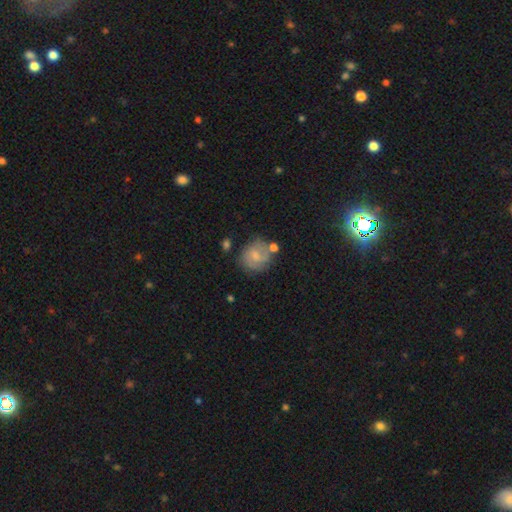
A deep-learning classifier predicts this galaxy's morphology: Q: Smooth or featured?
A: smooth (48%); runner-up: featured or disk (44%)
Q: Merging?
A: none (58%); runner-up: minor disturbance (21%)